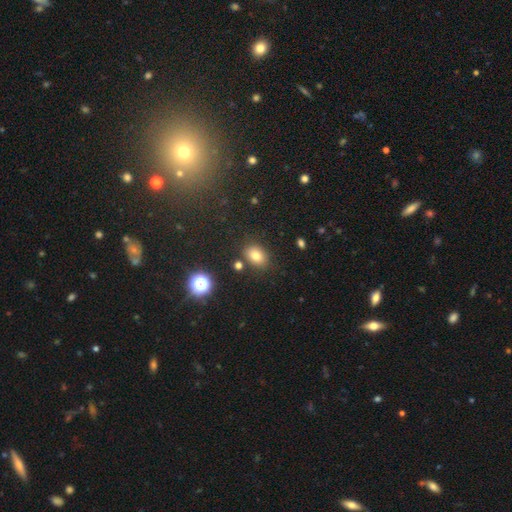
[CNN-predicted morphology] This is likely a smooth galaxy (77%). How rounded: likely in between (71%). Merging: clearly none (81%).